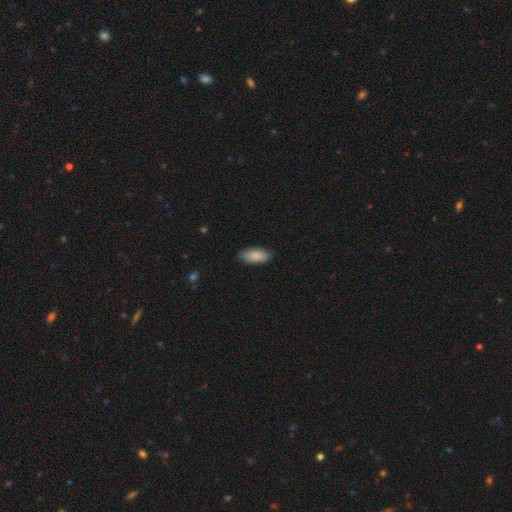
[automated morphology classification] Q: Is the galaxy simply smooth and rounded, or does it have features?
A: smooth — 88%.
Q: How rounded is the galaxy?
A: in between — 87%.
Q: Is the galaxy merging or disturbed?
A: none — 84%.